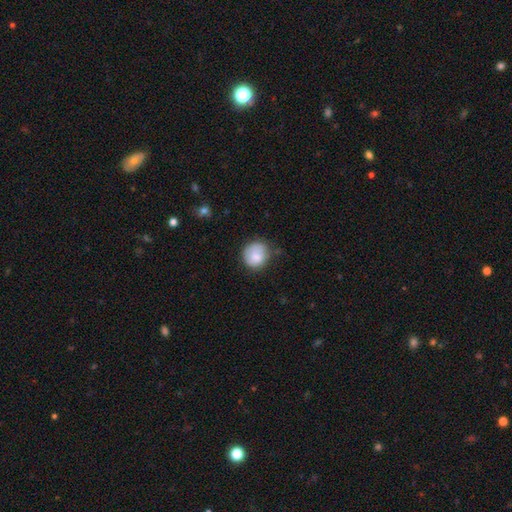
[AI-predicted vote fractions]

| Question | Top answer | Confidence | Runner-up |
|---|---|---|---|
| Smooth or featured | smooth | 80% | featured or disk (13%) |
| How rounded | round | 83% | in between (17%) |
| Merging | none | 62% | minor disturbance (28%) |